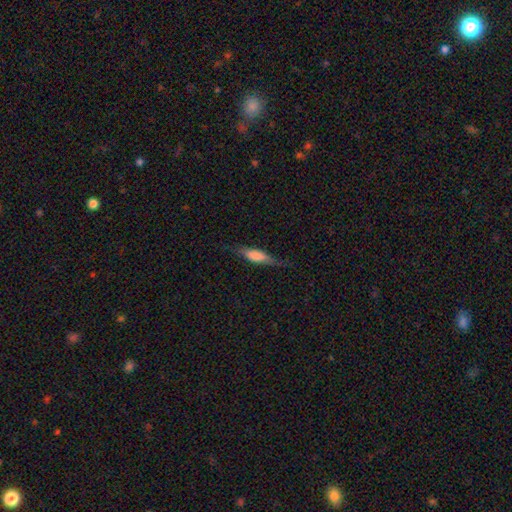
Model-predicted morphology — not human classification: Smooth or featured: smooth — 59% (featured or disk — 34%)
How rounded: cigar-shaped — 62% (in between — 35%)
Merging: none — 72% (minor disturbance — 20%)